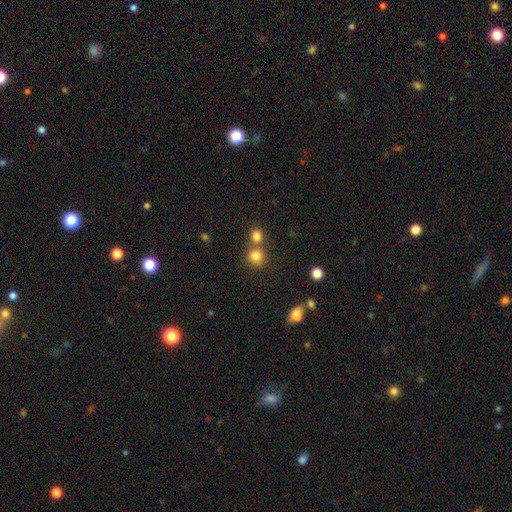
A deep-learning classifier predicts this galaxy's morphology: Q: Smooth or featured?
A: smooth (80%); runner-up: star or artifact (13%)
Q: How rounded?
A: round (86%); runner-up: in between (13%)
Q: Merging?
A: none (57%); runner-up: merger (32%)